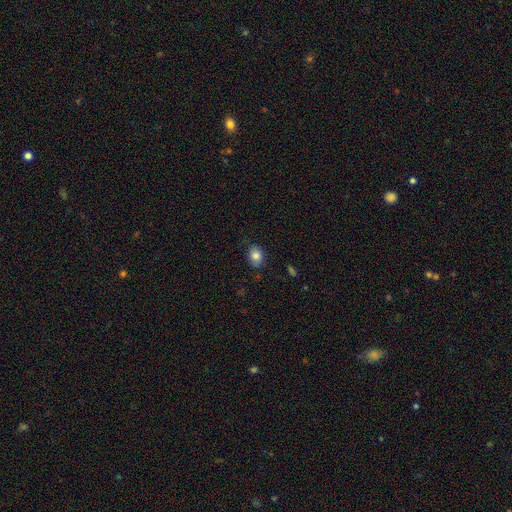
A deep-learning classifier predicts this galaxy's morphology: This appears to be a smooth galaxy with no disk features (84%) that is in between round and cigar-shaped (59%). Merging: none (82%).